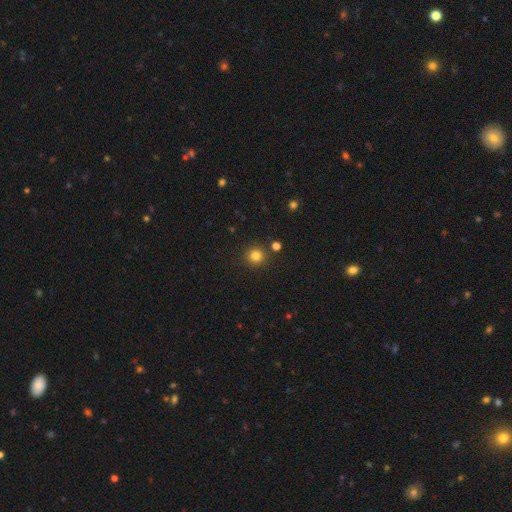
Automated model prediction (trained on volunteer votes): Smooth or featured? smooth (82%)
How rounded? round (93%)
Merging? none (87%)